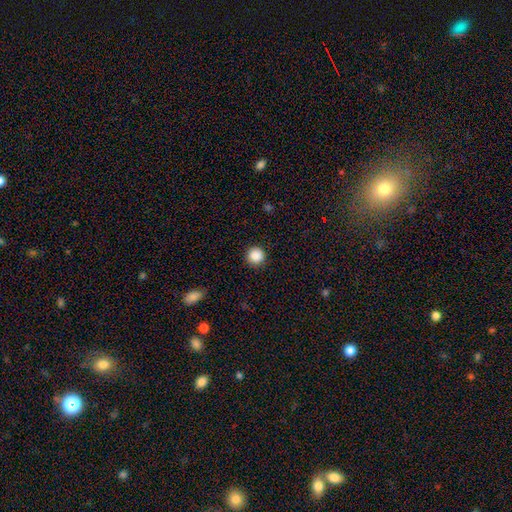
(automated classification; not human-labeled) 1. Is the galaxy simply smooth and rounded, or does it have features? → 88% smooth, 9% star or artifact, 3% featured or disk.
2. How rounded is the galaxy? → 95% round, 4% in between, 1% cigar-shaped.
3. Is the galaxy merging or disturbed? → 91% none, 6% minor disturbance, 2% major disturbance, 1% merger.